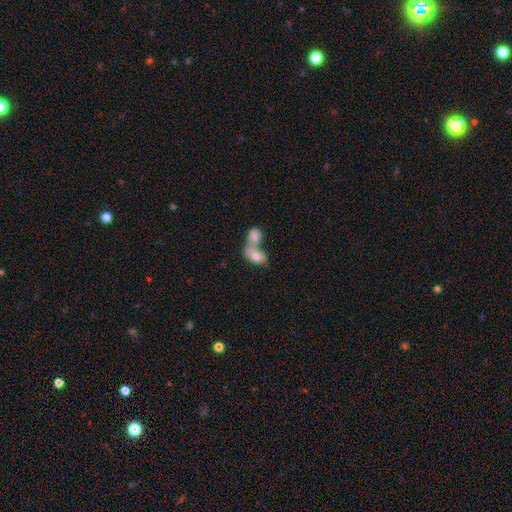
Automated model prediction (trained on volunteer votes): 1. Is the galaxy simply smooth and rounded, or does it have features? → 75% smooth, 18% featured or disk, 7% star or artifact.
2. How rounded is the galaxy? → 77% in between, 21% round, 2% cigar-shaped.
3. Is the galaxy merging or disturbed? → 75% merger, 14% none, 6% minor disturbance, 5% major disturbance.